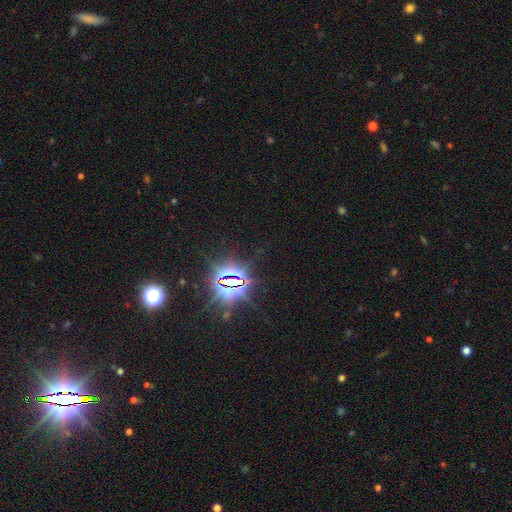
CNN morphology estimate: A star or artifact, not a galaxy (84%).